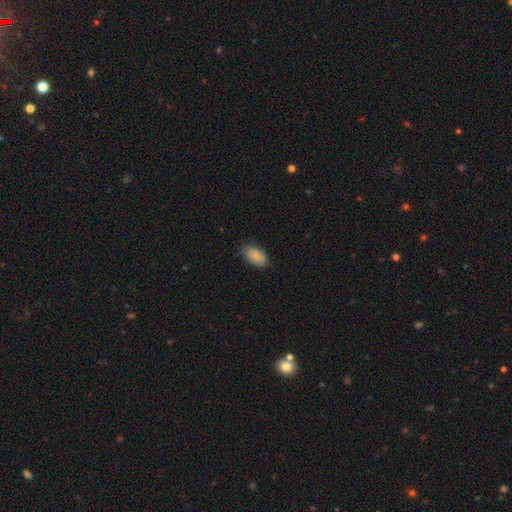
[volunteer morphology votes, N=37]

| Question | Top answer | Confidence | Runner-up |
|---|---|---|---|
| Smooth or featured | smooth | 86% | star or artifact (8%) |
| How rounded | in between | 97% | round (3%) |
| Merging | none | 97% | merger (3%) |